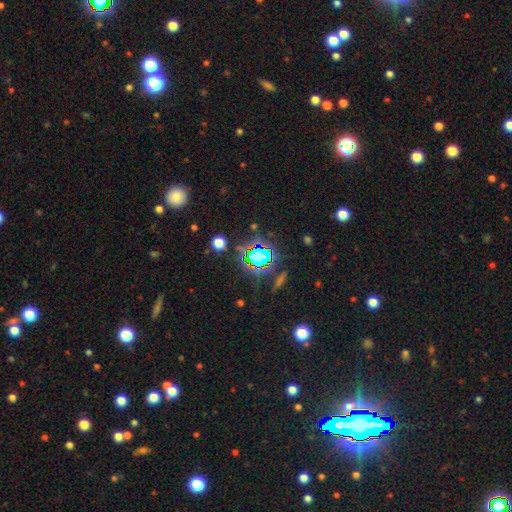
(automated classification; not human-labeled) smooth-or-featured: star or artifact: 71% | smooth: 18% | featured or disk: 11%